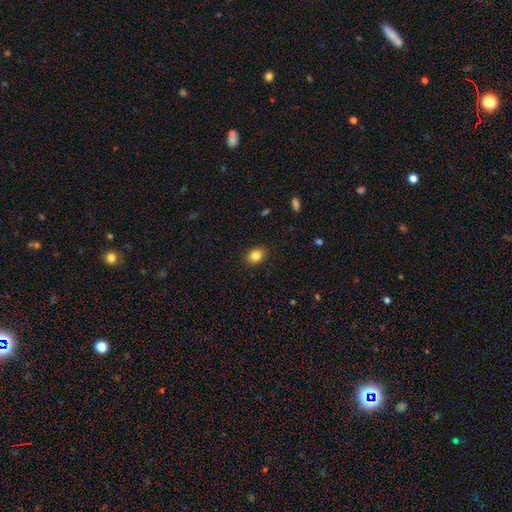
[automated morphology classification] Smooth or featured? Predicted: smooth (p=0.84). How rounded? Predicted: in between (p=0.73). Merging? Predicted: none (p=0.89).